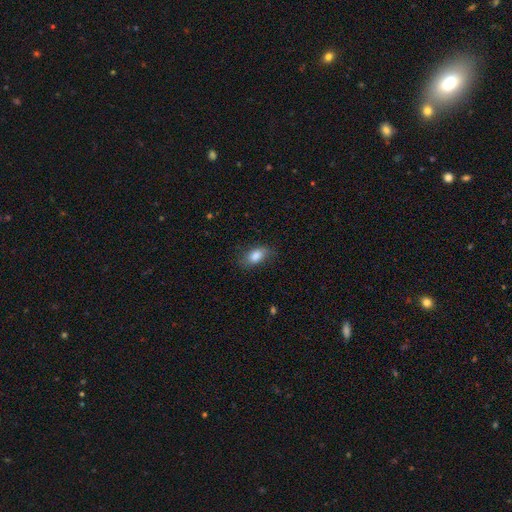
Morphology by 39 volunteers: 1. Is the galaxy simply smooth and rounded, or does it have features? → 79% smooth, 10% featured or disk, 10% star or artifact.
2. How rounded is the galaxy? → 90% in between, 10% round, 0% cigar-shaped.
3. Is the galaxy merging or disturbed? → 86% none, 14% minor disturbance, 0% major disturbance, 0% merger.